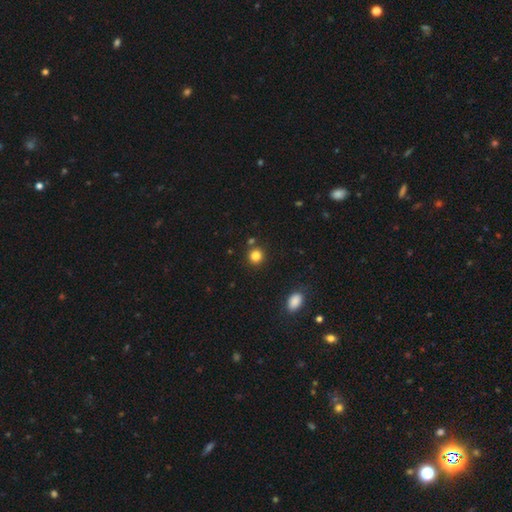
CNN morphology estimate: This is clearly a smooth galaxy (82%). How rounded: clearly round (89%). Merging: clearly none (85%).